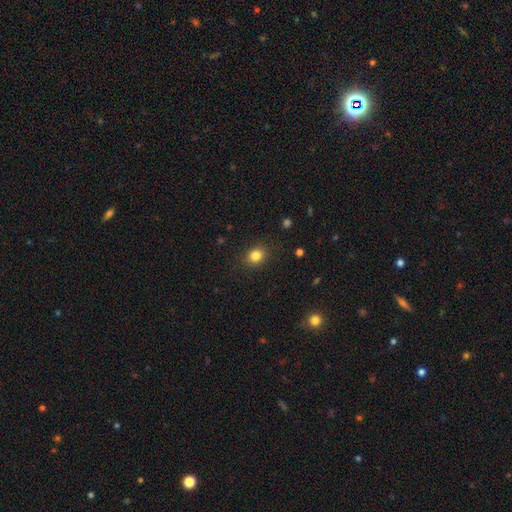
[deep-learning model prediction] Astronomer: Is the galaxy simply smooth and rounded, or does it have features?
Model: smooth — 83%.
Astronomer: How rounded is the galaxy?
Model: round — 60% (runner-up: in between, 39%).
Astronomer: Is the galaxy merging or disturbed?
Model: none — 87%.